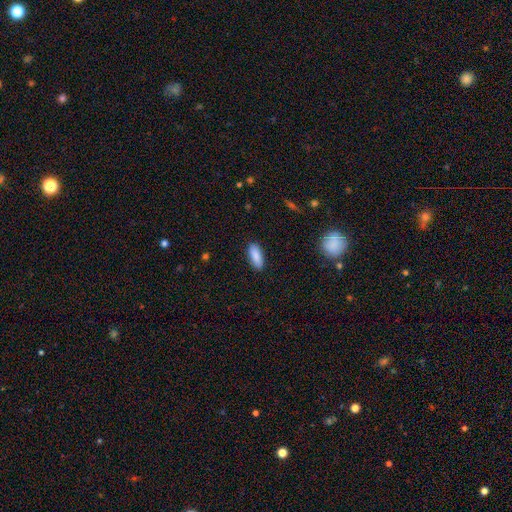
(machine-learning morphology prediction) The model was most divided on "how rounded": in between: 77%, cigar-shaped: 21%, round: 2%. More confident: merging — none (89%); smooth or featured — smooth (87%).